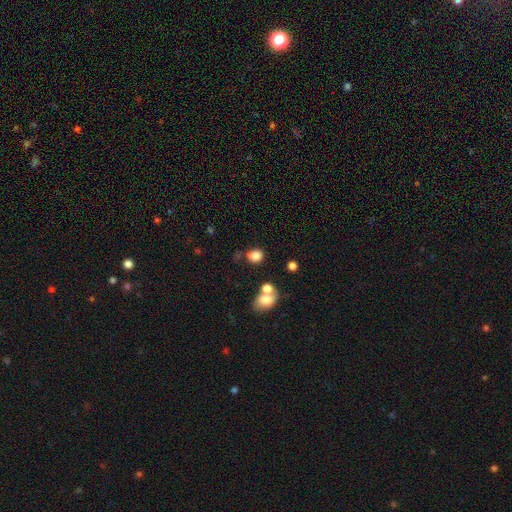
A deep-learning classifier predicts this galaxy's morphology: Smooth or featured? smooth (82%)
How rounded? round (64%)
Merging? none (63%)